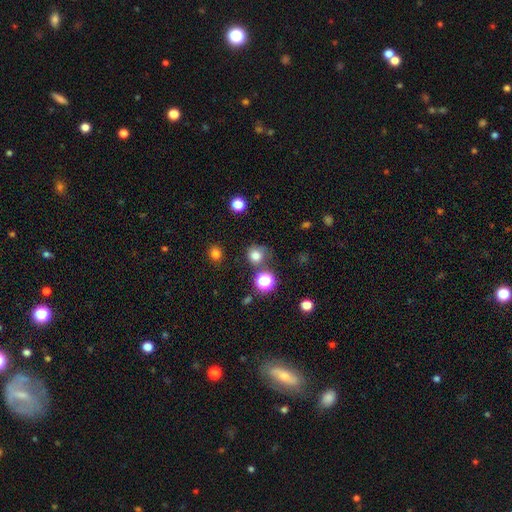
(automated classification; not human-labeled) Overall: smooth (76%). How rounded: round (86%). Merging: none (67%).